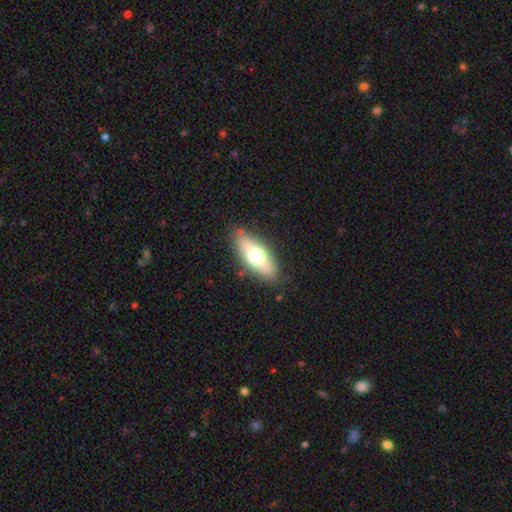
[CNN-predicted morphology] This appears to be a smooth galaxy with no disk features (56%) that is in between round and cigar-shaped (68%). Merging: none (83%).